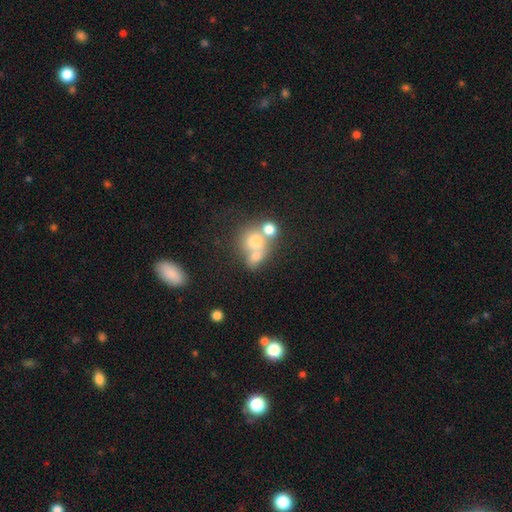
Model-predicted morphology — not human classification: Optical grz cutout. It shows a smooth galaxy with no disk features (66%) that is round (68%). Merging: merger (55%).